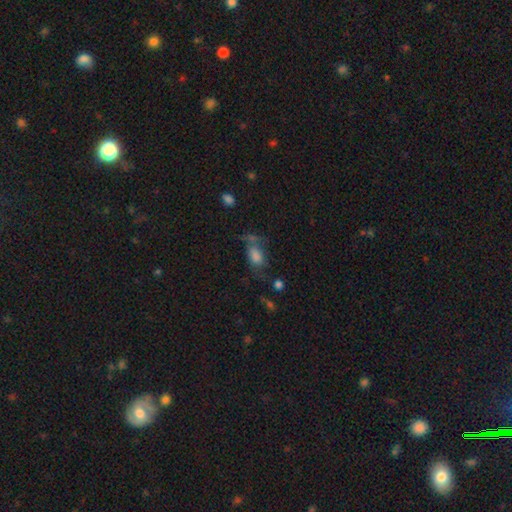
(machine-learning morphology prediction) type=smooth (70%); roundness=in between (83%); merging=none (37%).